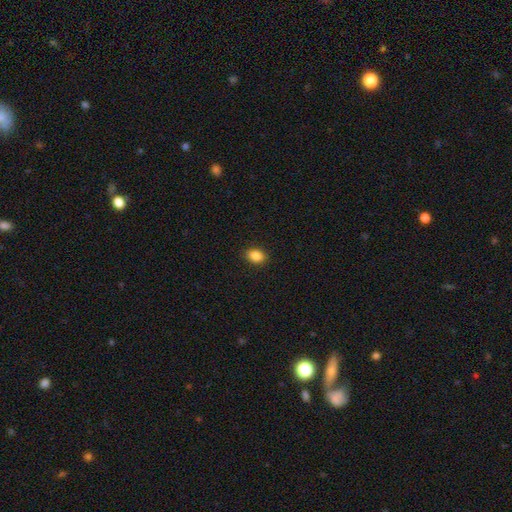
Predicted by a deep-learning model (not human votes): A smooth galaxy with no disk features (87%) that is in between round and cigar-shaped (76%). Merging: none (90%).